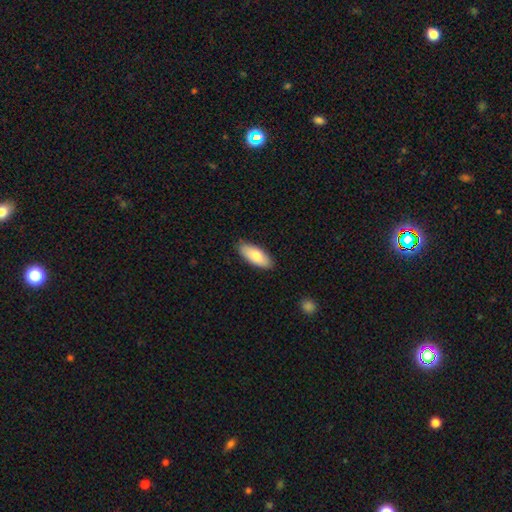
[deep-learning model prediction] This appears to be a smooth galaxy with no disk features (80%) that is in between round and cigar-shaped (82%). Merging: none (86%).